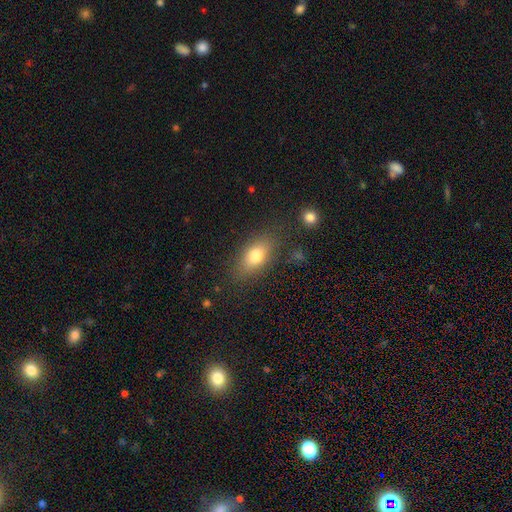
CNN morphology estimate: A smooth galaxy with no disk features (75%) that is in between round and cigar-shaped (81%).

Vote fractions:
- Smooth or featured? smooth: 75% / featured or disk: 15% / star or artifact: 9%
- How rounded? in between: 81% / round: 10% / cigar-shaped: 9%
- Merging? none: 78% / minor disturbance: 14% / major disturbance: 5% / merger: 3%